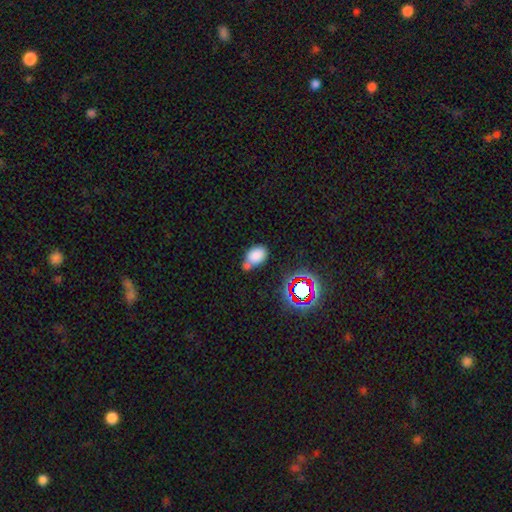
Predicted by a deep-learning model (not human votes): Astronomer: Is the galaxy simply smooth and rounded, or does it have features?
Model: smooth — 79%.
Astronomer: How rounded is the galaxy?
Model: in between — 81%.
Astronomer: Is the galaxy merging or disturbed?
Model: none — 42% (runner-up: merger, 27%).